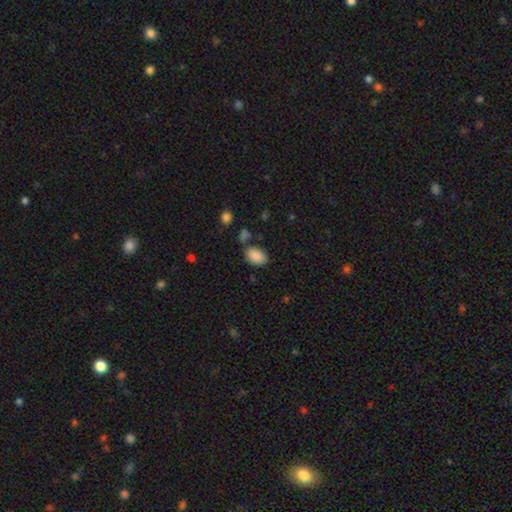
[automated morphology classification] Smooth or featured? Predicted: smooth (p=0.88). How rounded? Predicted: in between (p=0.86). Merging? Predicted: none (p=0.71).